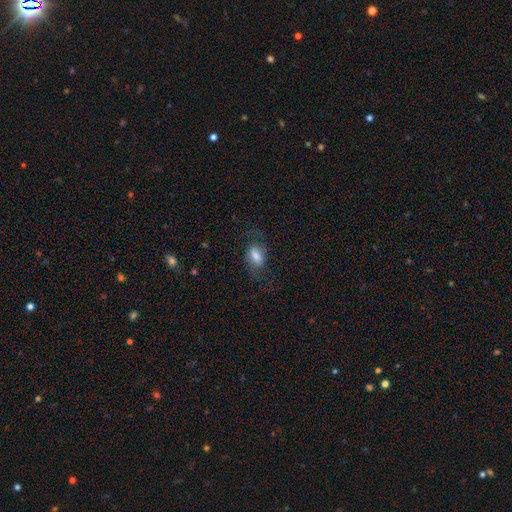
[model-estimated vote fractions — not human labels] Smooth or featured? Predicted: smooth (p=0.56). How rounded? Predicted: in between (p=0.83). Merging? Predicted: none (p=0.63).